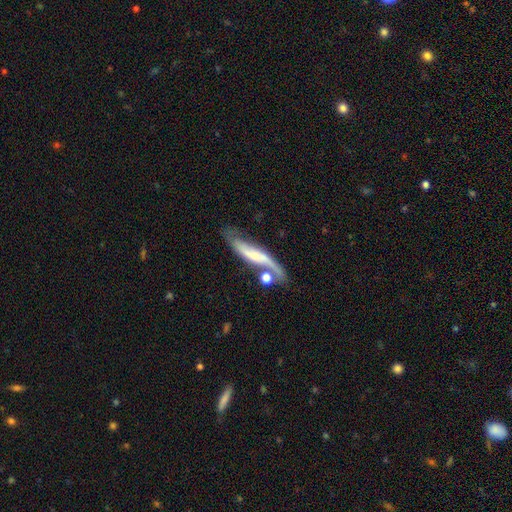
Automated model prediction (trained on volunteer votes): A featured or disk galaxy (64%).

Vote fractions:
- Smooth or featured? featured or disk: 64% / smooth: 29% / star or artifact: 7%
- Edge-on disk? no: 64% / yes: 36%
- Merging? none: 43% / minor disturbance: 23% / merger: 19% / major disturbance: 14%